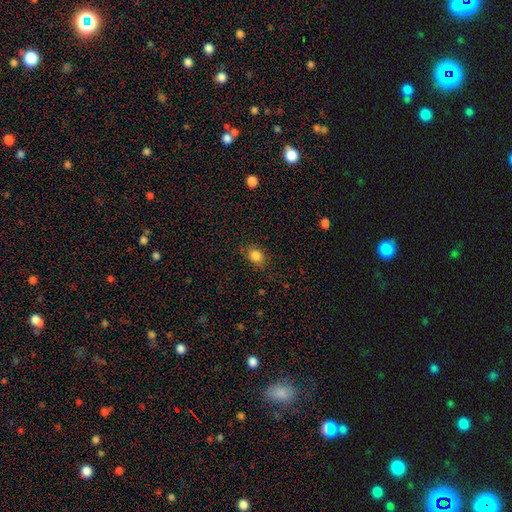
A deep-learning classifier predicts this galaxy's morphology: smooth-or-featured: smooth: 85% | star or artifact: 10% | featured or disk: 5%
  how-rounded: round: 50% | in between: 49% | cigar-shaped: 1%
  merging: none: 80% | minor disturbance: 14% | major disturbance: 4% | merger: 2%